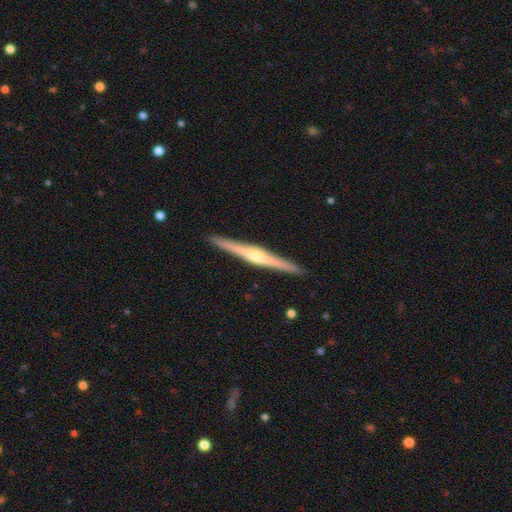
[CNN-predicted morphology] A featured or disk galaxy (80%) viewed edge-on (98%) with a rounded central bulge (77%).

Vote fractions:
- Smooth or featured? featured or disk: 80% / smooth: 15% / star or artifact: 5%
- Edge-on disk? yes: 98% / no: 2%
- Edge-on bulge? rounded: 77% / boxy: 12% / none: 11%
- Merging? none: 93% / minor disturbance: 5% / major disturbance: 1% / merger: 1%